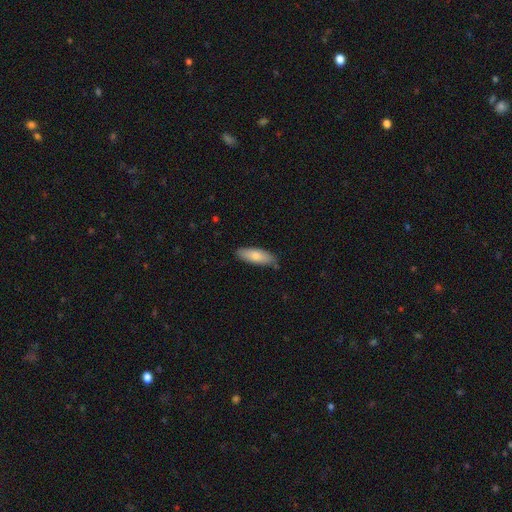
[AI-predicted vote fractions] Overall: smooth (78%). How rounded: in between (62%; cigar-shaped 36%). Merging: none (80%).